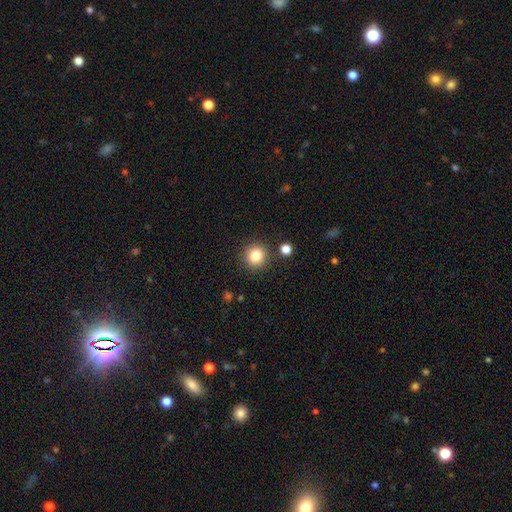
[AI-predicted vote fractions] Smooth or featured: smooth — 84% (star or artifact — 11%)
How rounded: round — 93% (in between — 6%)
Merging: none — 87% (minor disturbance — 7%)